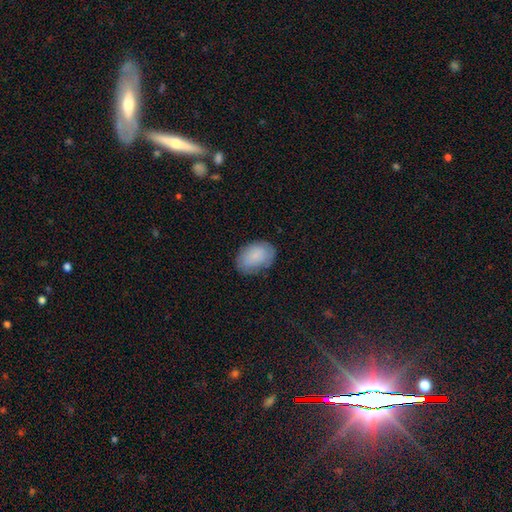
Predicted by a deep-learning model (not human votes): A smooth galaxy with no disk features (84%) that is in between round and cigar-shaped (86%).

Vote fractions:
- Smooth or featured? smooth: 84% / featured or disk: 9% / star or artifact: 7%
- How rounded? in between: 86% / round: 13% / cigar-shaped: 1%
- Merging? none: 75% / minor disturbance: 19% / major disturbance: 5% / merger: 1%